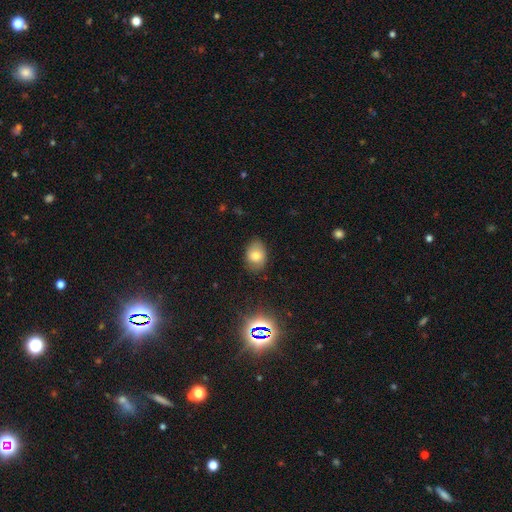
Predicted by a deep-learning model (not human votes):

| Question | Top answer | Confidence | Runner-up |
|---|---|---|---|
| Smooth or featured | smooth | 74% | star or artifact (14%) |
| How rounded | in between | 70% | round (29%) |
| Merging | none | 78% | minor disturbance (17%) |